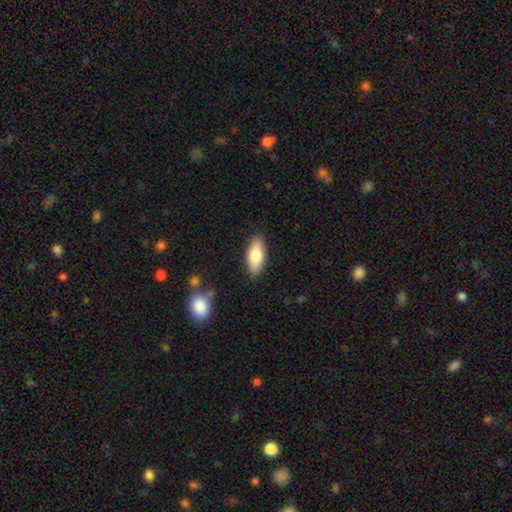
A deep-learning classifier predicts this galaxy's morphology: Smooth or featured?
  - smooth: 76% *
  - featured or disk: 17%
  - star or artifact: 6%
How rounded?
  - in between: 74% *
  - cigar-shaped: 24%
  - round: 2%
Merging?
  - none: 87% *
  - minor disturbance: 10%
  - major disturbance: 2%
  - merger: 2%